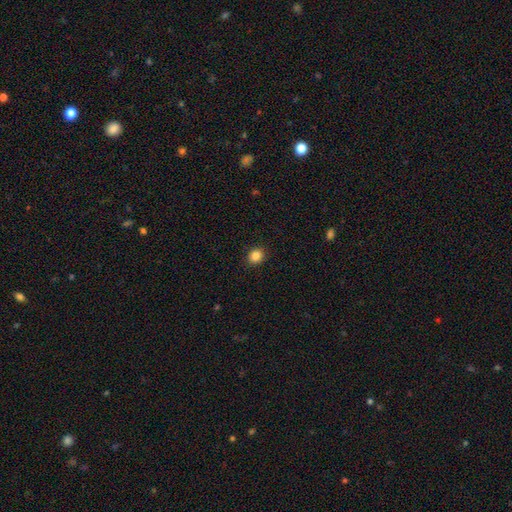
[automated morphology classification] This appears to be a smooth galaxy with no disk features (86%) that is round (67%). Merging: none (91%).